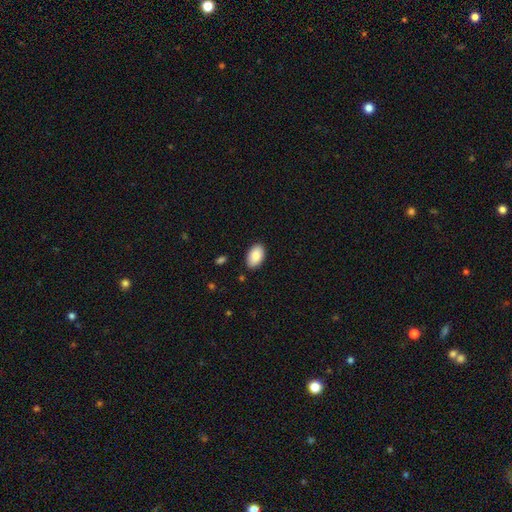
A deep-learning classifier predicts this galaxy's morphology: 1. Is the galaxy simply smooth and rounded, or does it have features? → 88% smooth, 6% star or artifact, 6% featured or disk.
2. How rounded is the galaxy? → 94% in between, 5% round, 1% cigar-shaped.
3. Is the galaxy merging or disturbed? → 88% none, 9% minor disturbance, 2% major disturbance, 1% merger.